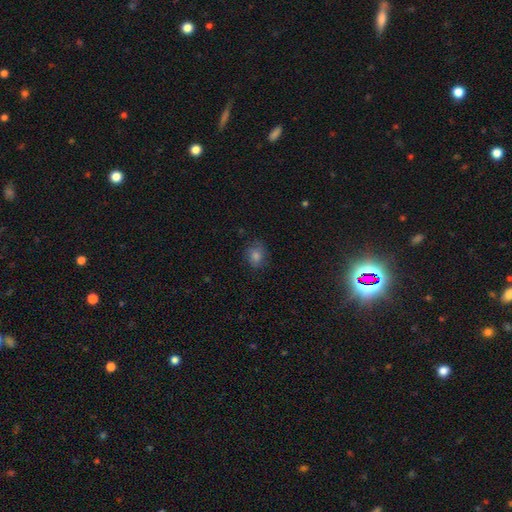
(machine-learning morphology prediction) Overall: smooth (62%). How rounded: round (67%; in between 32%). Merging: none (77%).